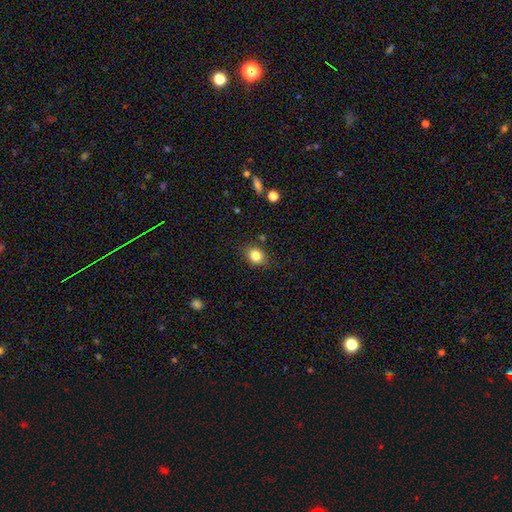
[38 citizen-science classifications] Smooth or featured? smooth (87%)
How rounded? round (52%)
Merging? none (94%)